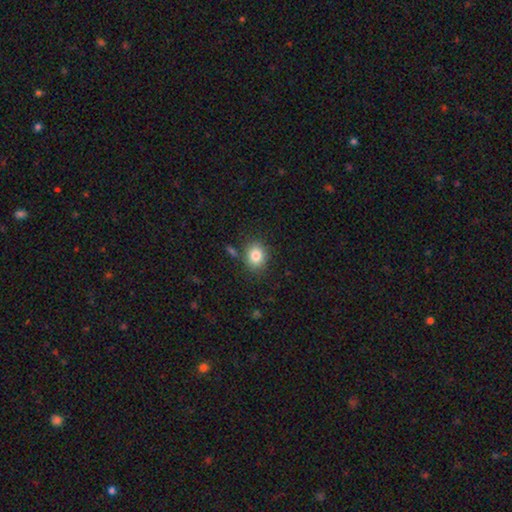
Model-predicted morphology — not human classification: Smooth or featured? Predicted: smooth (p=0.83). How rounded? Predicted: round (p=0.55). Merging? Predicted: none (p=0.79).